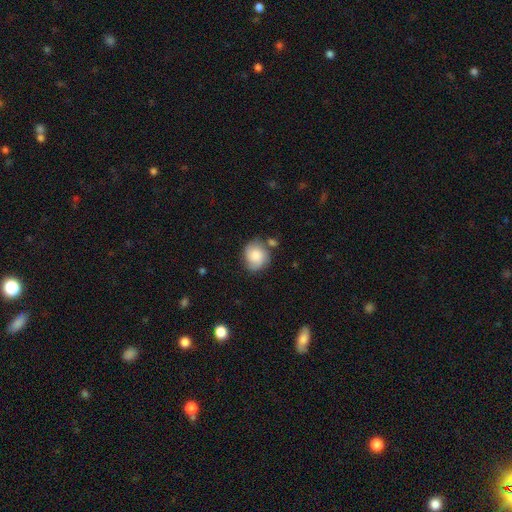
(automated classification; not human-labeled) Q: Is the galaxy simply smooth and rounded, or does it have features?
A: smooth — 64%.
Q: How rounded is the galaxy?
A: round — 72%.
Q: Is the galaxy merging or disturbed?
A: none — 63%.